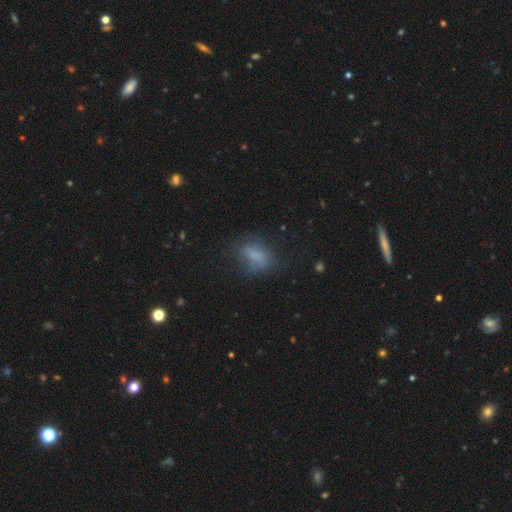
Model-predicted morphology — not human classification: smooth-or-featured: smooth: 69% | featured or disk: 18% | star or artifact: 13%
  how-rounded: in between: 79% | round: 15% | cigar-shaped: 6%
  merging: none: 57% | minor disturbance: 25% | major disturbance: 16% | merger: 2%